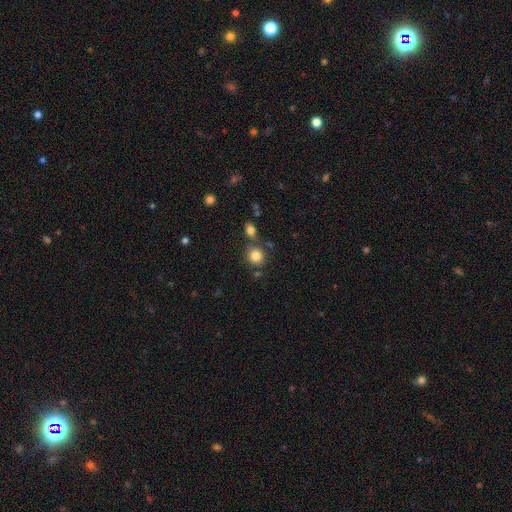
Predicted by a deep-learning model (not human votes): Smooth or featured? smooth (82%)
How rounded? round (88%)
Merging? none (69%)